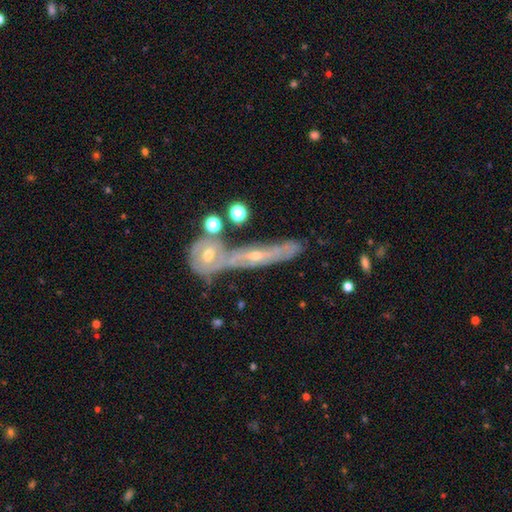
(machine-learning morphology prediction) Q: Smooth or featured?
A: featured or disk (69%); runner-up: smooth (23%)
Q: Edge-on disk?
A: yes (54%); runner-up: no (46%)
Q: Merging?
A: none (41%); runner-up: merger (36%)